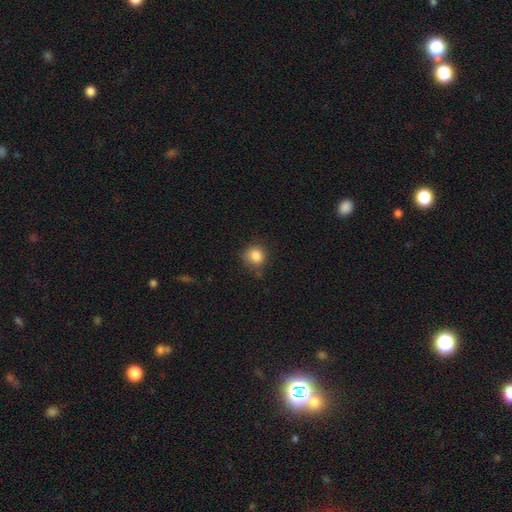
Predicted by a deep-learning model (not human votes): Q: Smooth or featured?
A: smooth (85%); runner-up: star or artifact (10%)
Q: How rounded?
A: round (82%); runner-up: in between (18%)
Q: Merging?
A: none (70%); runner-up: minor disturbance (22%)